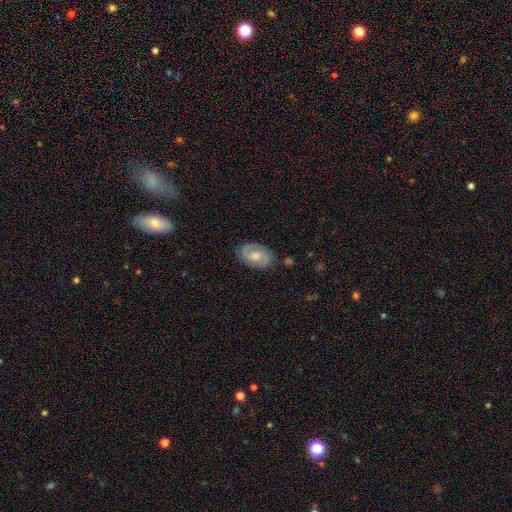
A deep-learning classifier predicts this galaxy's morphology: A featured or disk galaxy (73%) with no bar (56%), 2 (85%) tight (45%) spiral arms (93%) and a moderate central bulge (57%).

Vote fractions:
- Smooth or featured? featured or disk: 73% / smooth: 21% / star or artifact: 6%
- Edge-on disk? no: 97% / yes: 3%
- Bar? no: 56% / weak: 38% / strong: 6%
- Spiral arms? yes: 93% / no: 7%
- Spiral winding? tight: 45% / medium: 43% / loose: 12%
- Spiral arm count? 2: 85% / can't tell: 8% / 1: 3% / 3: 2% / 4: 1% / more than 4: 1%
- Bulge size? moderate: 57% / small: 27% / large: 8% / none: 6% / dominant: 1%
- Merging? none: 81% / minor disturbance: 14% / major disturbance: 3% / merger: 2%